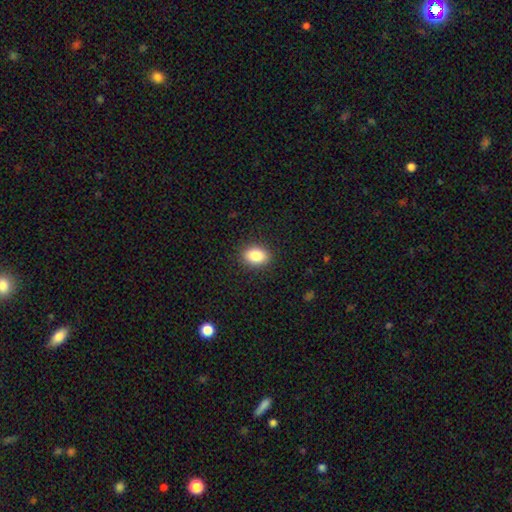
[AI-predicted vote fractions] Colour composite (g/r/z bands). It shows a smooth galaxy with no disk features (85%) that is in between round and cigar-shaped (78%). Merging: none (89%).